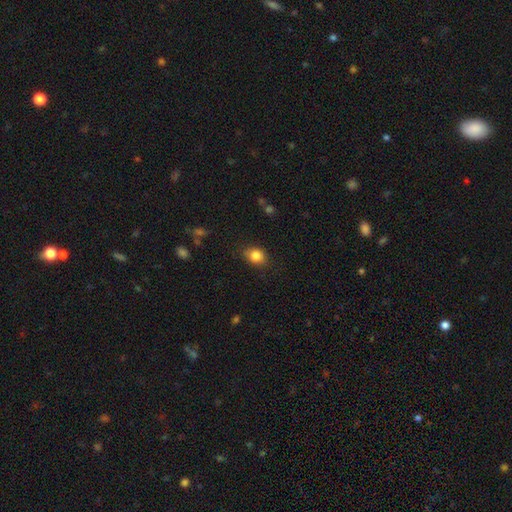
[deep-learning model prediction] smooth-or-featured: smooth: 85% | star or artifact: 10% | featured or disk: 6%
  how-rounded: in between: 51% | round: 48% | cigar-shaped: 1%
  merging: none: 81% | minor disturbance: 15% | major disturbance: 3% | merger: 1%